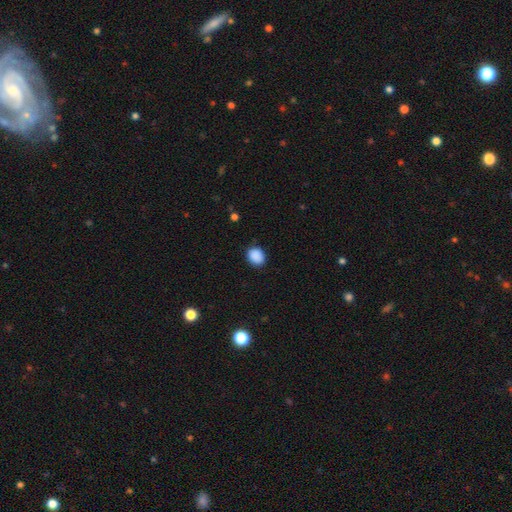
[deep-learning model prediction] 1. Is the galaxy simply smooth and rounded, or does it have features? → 89% smooth, 8% star or artifact, 3% featured or disk.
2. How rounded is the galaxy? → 56% round, 44% in between, 1% cigar-shaped.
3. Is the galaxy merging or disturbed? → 87% none, 10% minor disturbance, 2% major disturbance, 1% merger.